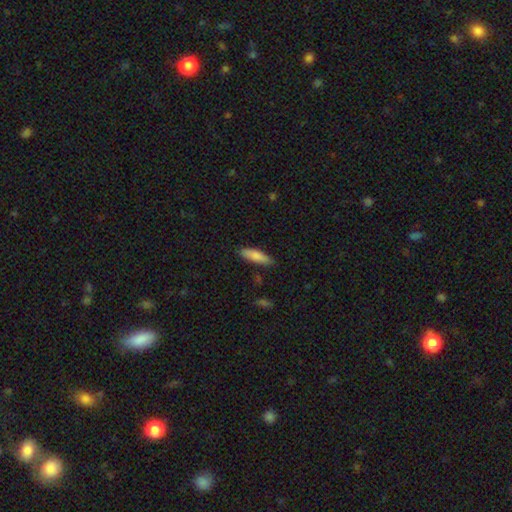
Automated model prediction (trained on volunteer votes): smooth-or-featured: smooth: 82% | featured or disk: 12% | star or artifact: 6%
  how-rounded: cigar-shaped: 61% | in between: 37% | round: 2%
  merging: none: 86% | minor disturbance: 11% | major disturbance: 2% | merger: 2%